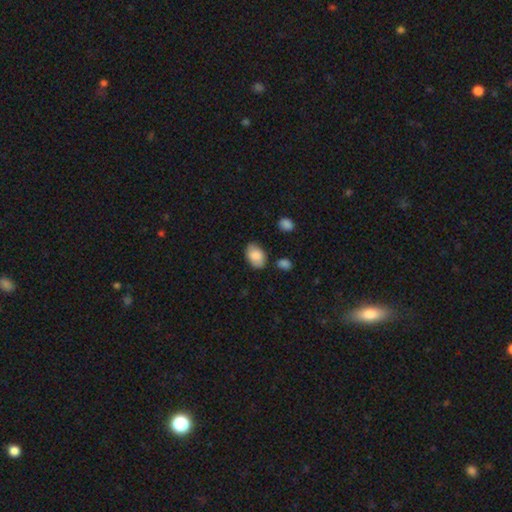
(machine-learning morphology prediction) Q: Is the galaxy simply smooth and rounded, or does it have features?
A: smooth — 84%.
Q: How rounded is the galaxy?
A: in between — 89%.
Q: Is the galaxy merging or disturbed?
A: none — 78%.